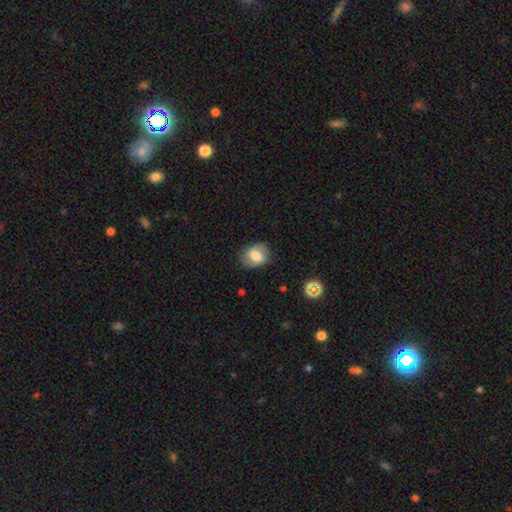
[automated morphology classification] This is likely a smooth galaxy (61%). How rounded: possibly in between (60%). Merging: likely none (76%).